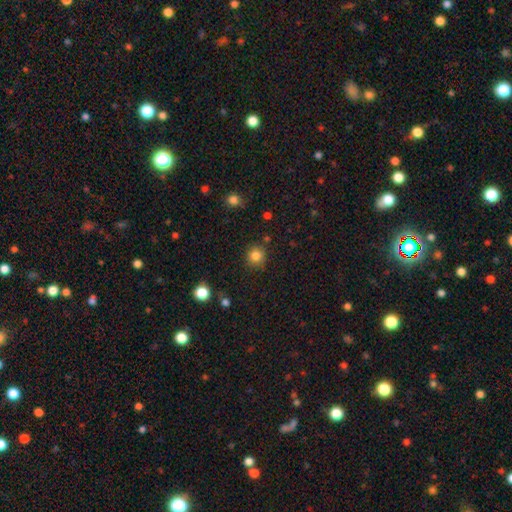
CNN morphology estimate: A smooth galaxy with no disk features (84%) that is round (91%). Merging: none (85%).